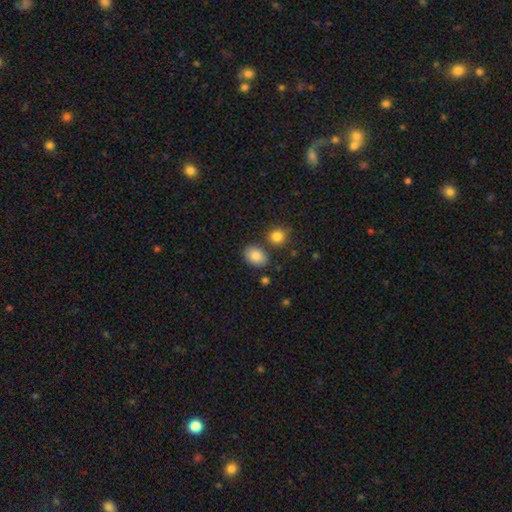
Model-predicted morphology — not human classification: A smooth galaxy with no disk features (84%) that is in between round and cigar-shaped (70%). Merging: none (77%).